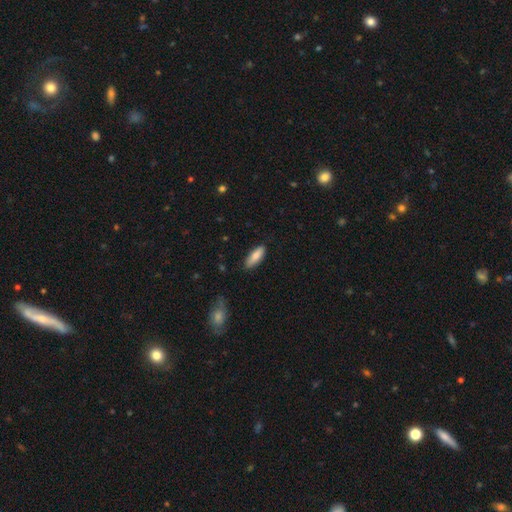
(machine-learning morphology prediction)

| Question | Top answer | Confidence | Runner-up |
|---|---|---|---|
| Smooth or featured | smooth | 84% | featured or disk (10%) |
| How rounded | in between | 68% | cigar-shaped (31%) |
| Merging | none | 83% | minor disturbance (13%) |